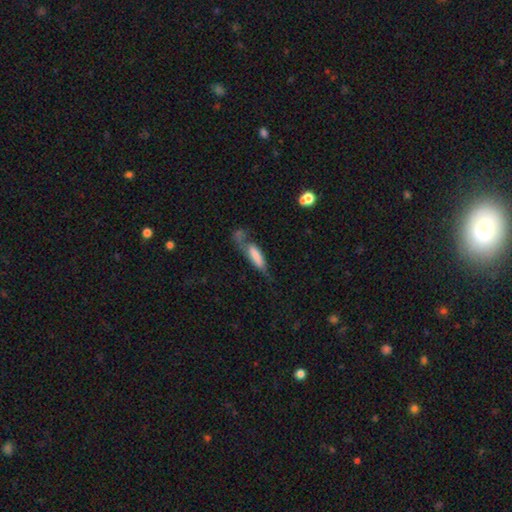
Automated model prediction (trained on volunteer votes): Morphology: type=smooth (59%); roundness=cigar-shaped (49%); merging=none (34%).